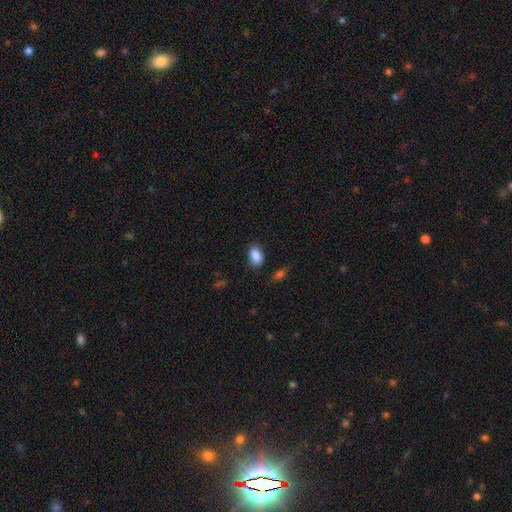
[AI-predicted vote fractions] The model was most divided on "merging": none: 78%, minor disturbance: 16%, major disturbance: 4%, merger: 2%. More confident: how rounded — in between (89%); smooth or featured — smooth (88%).